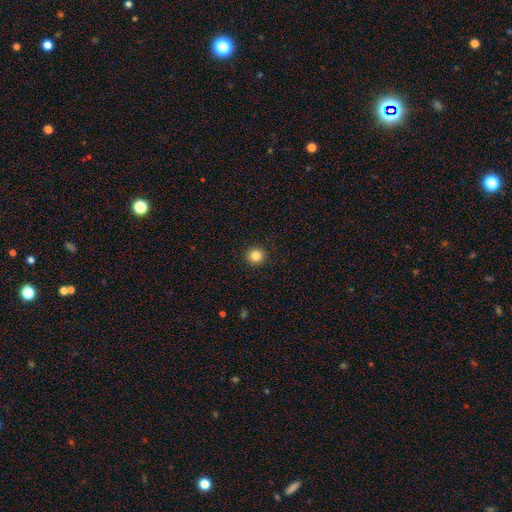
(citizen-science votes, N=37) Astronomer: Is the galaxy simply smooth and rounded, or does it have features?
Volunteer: smooth — 86%.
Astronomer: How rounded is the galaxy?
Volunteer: round — 100%.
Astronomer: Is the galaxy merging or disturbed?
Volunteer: none — 100%.